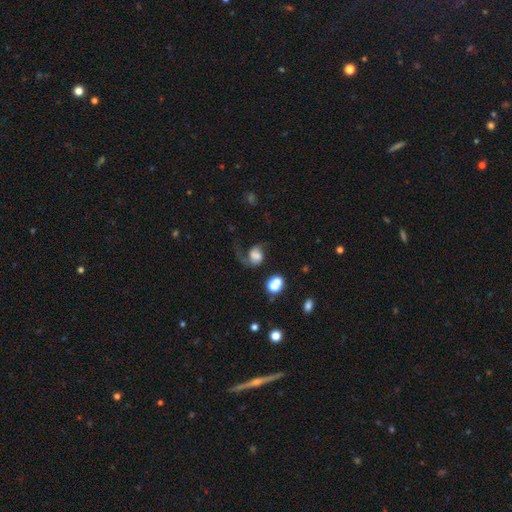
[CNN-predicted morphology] smooth-or-featured: featured or disk: 48% | smooth: 41% | star or artifact: 12%
  merging: major disturbance: 46% | none: 29% | minor disturbance: 17% | merger: 8%